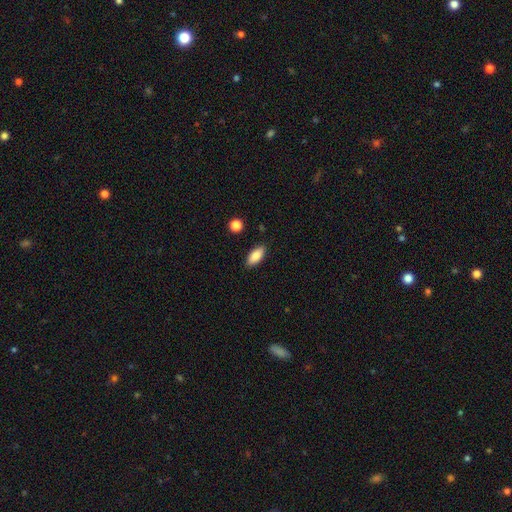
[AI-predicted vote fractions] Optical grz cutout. It shows a smooth galaxy with no disk features (85%) that is in between round and cigar-shaped (85%). Merging: none (87%).